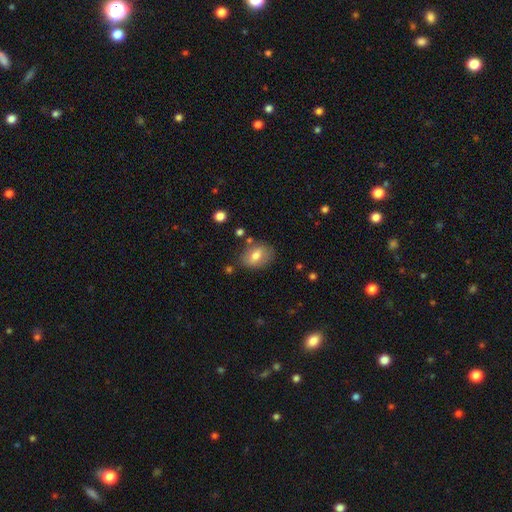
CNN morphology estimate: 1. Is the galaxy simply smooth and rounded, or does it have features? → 71% smooth, 21% featured or disk, 8% star or artifact.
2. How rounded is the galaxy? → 77% in between, 22% round, 2% cigar-shaped.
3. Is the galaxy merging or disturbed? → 75% none, 16% minor disturbance, 5% major disturbance, 4% merger.